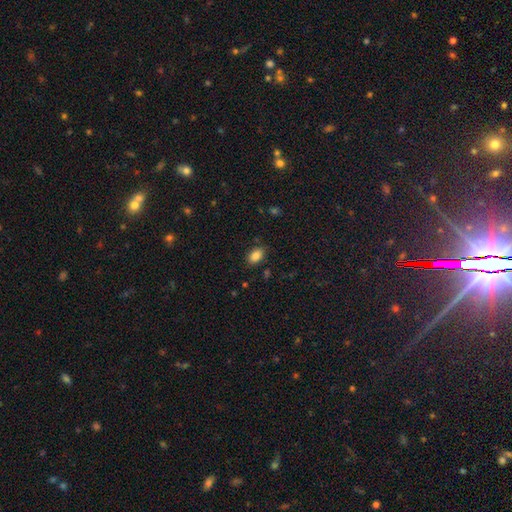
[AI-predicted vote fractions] Q: Smooth or featured?
A: smooth (85%); runner-up: star or artifact (9%)
Q: How rounded?
A: in between (87%); runner-up: round (11%)
Q: Merging?
A: none (82%); runner-up: minor disturbance (13%)